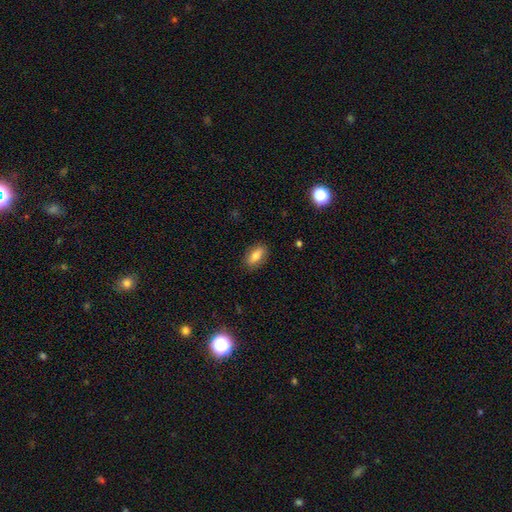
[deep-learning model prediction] smooth 76%, featured or disk 16%, star or artifact 8%. Down the decision tree: how rounded — in between (84%); merging — none (86%).